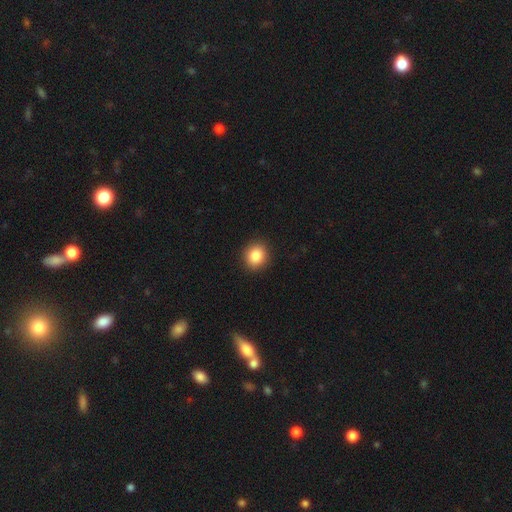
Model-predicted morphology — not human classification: This appears to be a smooth galaxy with no disk features (85%) that is round (82%). Merging: none (91%).